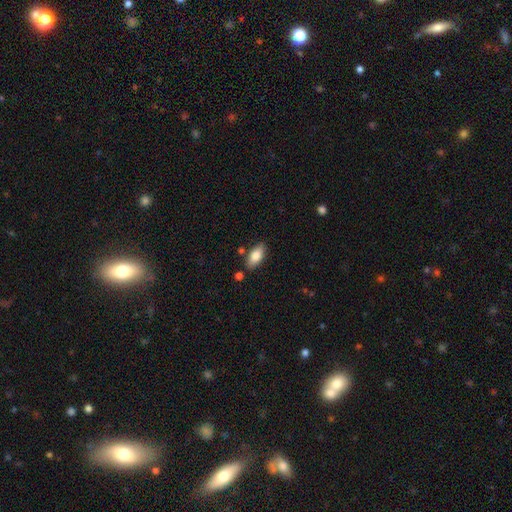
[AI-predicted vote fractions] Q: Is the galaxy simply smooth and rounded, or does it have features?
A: smooth — 81%.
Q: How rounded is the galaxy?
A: in between — 88%.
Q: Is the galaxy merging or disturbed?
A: none — 82%.